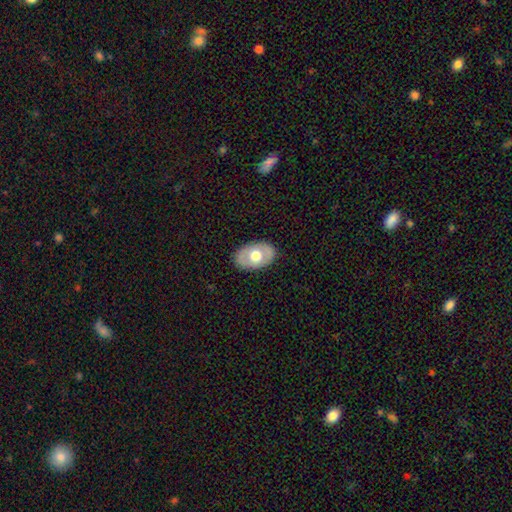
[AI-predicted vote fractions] This is possibly a smooth galaxy (53%). How rounded: clearly in between (85%). Merging: clearly none (85%).